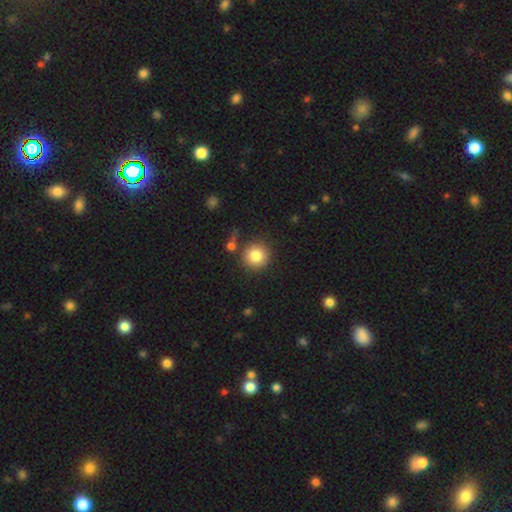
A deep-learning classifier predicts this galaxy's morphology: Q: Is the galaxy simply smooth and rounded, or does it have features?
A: smooth — 84%.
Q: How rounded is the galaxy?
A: round — 93%.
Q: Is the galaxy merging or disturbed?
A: none — 81%.